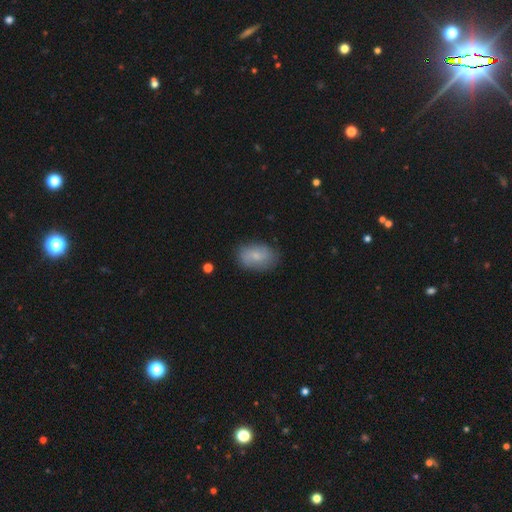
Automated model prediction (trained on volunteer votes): The model was most divided on "smooth or featured": smooth: 67%, featured or disk: 26%, star or artifact: 8%. More confident: how rounded — in between (84%); merging — none (77%).